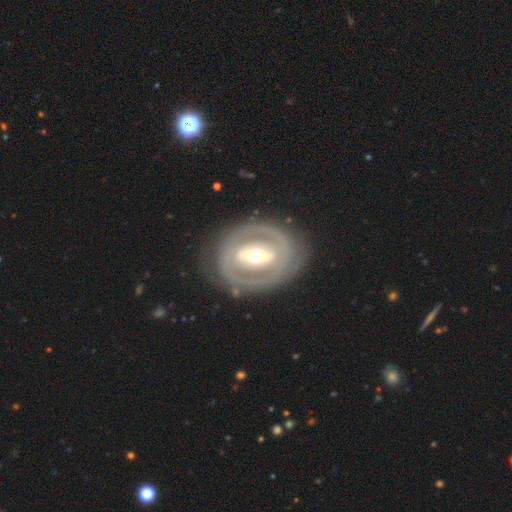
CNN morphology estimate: This appears to be a featured or disk galaxy (76%) with a strong bar (45%), no spiral arms (58%) and a moderate central bulge (69%). Merging: none (78%).